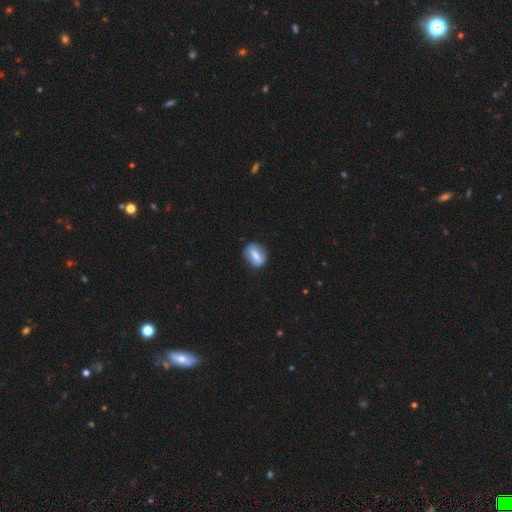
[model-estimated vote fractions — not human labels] Q: Smooth or featured?
A: smooth (61%); runner-up: featured or disk (32%)
Q: How rounded?
A: in between (67%); runner-up: round (26%)
Q: Merging?
A: none (81%); runner-up: minor disturbance (14%)